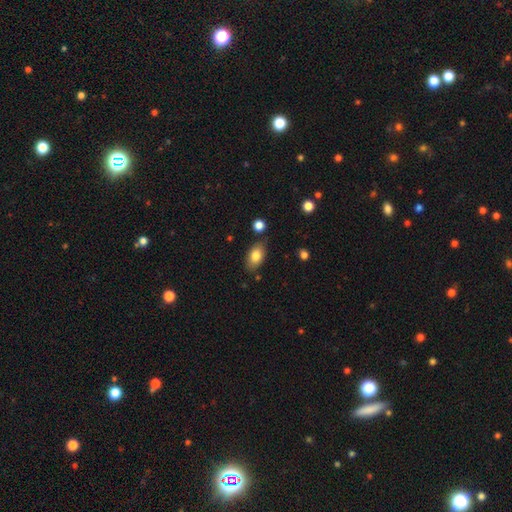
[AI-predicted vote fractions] A smooth galaxy with no disk features (81%) that is in between round and cigar-shaped (90%). Merging: none (78%).